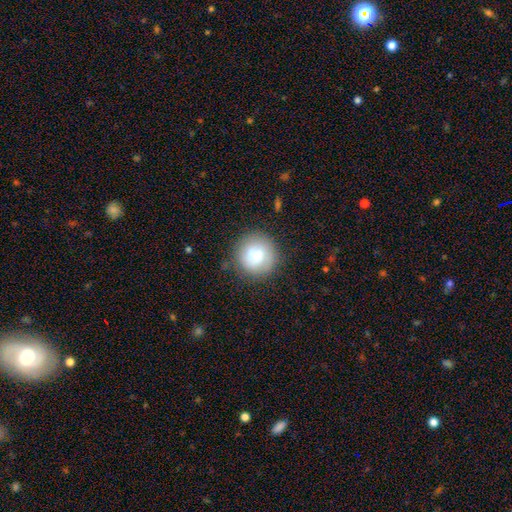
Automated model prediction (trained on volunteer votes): The model was most divided on "merging": none: 75%, minor disturbance: 15%, major disturbance: 6%, merger: 4%. More confident: how rounded — round (93%); smooth or featured — smooth (77%).